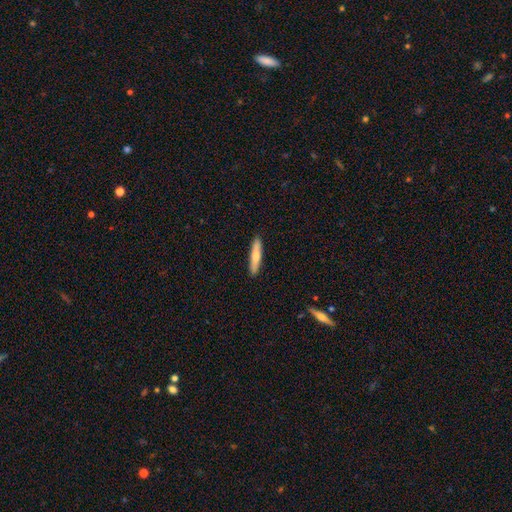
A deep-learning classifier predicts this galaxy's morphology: smooth 70%, featured or disk 25%, star or artifact 5%. Down the decision tree: how rounded — cigar-shaped (87%); merging — none (90%).